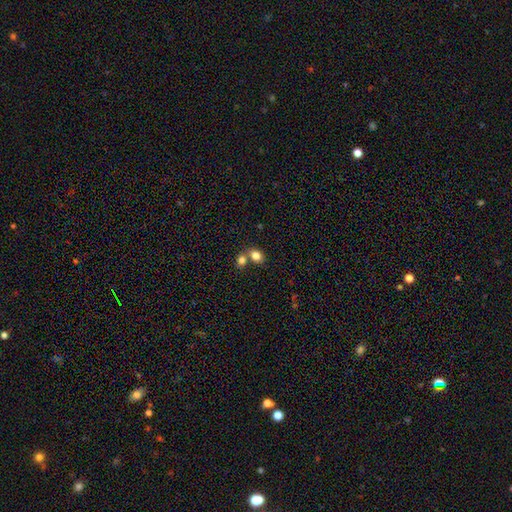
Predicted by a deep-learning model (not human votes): This appears to be a smooth galaxy with no disk features (82%) that is in between round and cigar-shaped (52%). Merging: none (50%).